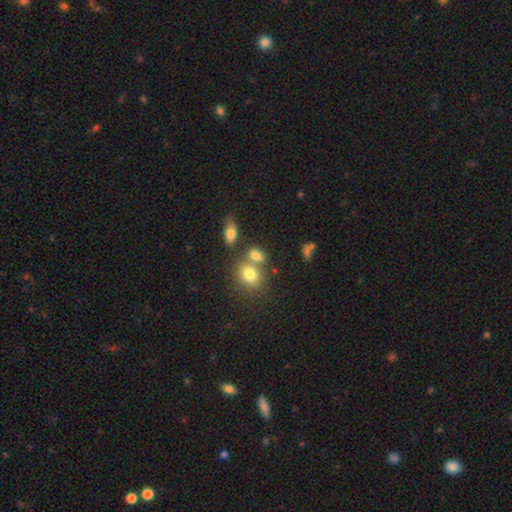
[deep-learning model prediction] Smooth or featured?
  - smooth: 77% *
  - star or artifact: 12%
  - featured or disk: 11%
How rounded?
  - in between: 60% *
  - round: 38%
  - cigar-shaped: 2%
Merging?
  - none: 46% *
  - merger: 39%
  - minor disturbance: 11%
  - major disturbance: 5%